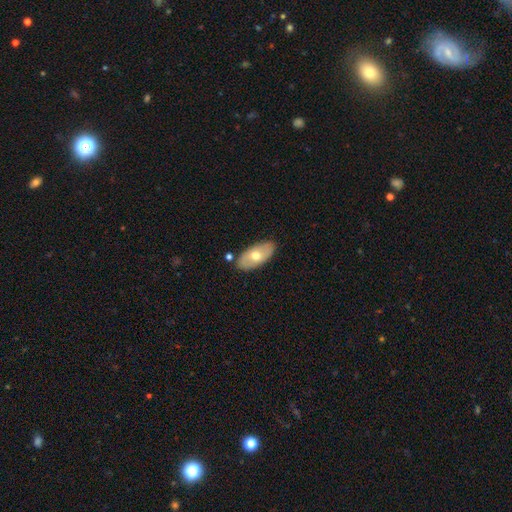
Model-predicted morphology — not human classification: Smooth or featured? smooth (58%)
How rounded? in between (91%)
Merging? none (84%)